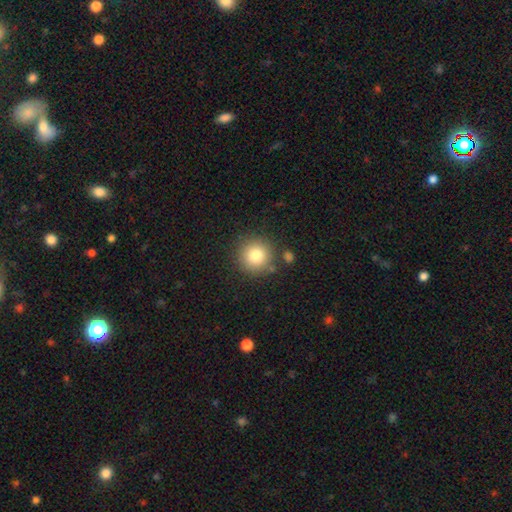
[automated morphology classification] A smooth galaxy with no disk features (80%) that is round (94%).

Vote fractions:
- Smooth or featured? smooth: 80% / star or artifact: 11% / featured or disk: 8%
- How rounded? round: 94% / in between: 5% / cigar-shaped: 1%
- Merging? none: 82% / minor disturbance: 9% / merger: 5% / major disturbance: 3%